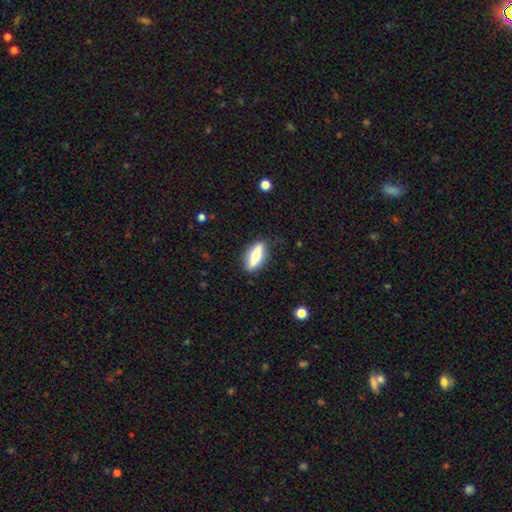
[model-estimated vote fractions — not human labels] This appears to be a smooth galaxy with no disk features (70%) that is in between round and cigar-shaped (55%). Merging: none (84%).